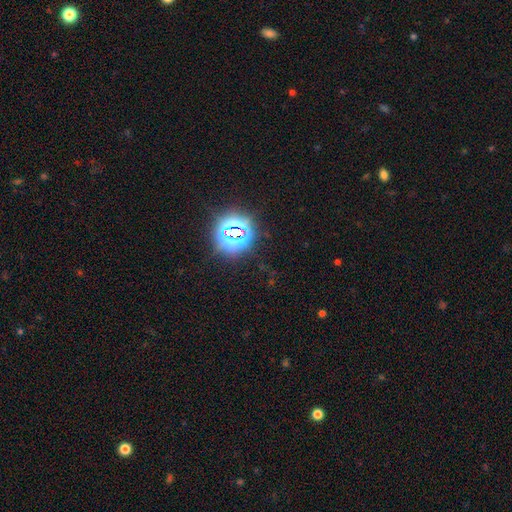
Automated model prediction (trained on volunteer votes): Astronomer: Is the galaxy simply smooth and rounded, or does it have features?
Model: star or artifact — 80%.